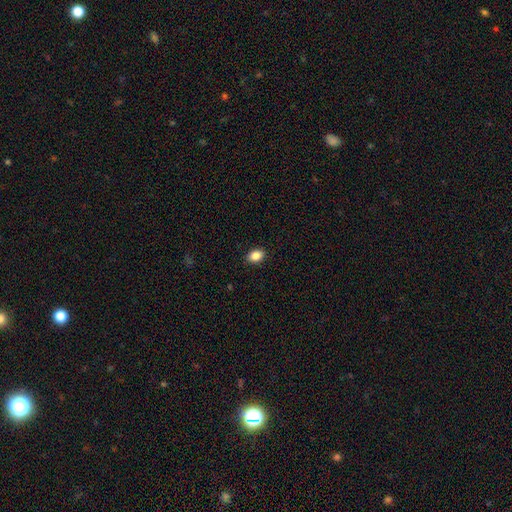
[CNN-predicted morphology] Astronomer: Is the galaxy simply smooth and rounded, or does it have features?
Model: smooth — 87%.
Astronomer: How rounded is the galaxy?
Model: in between — 82%.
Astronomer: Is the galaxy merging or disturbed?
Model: none — 90%.